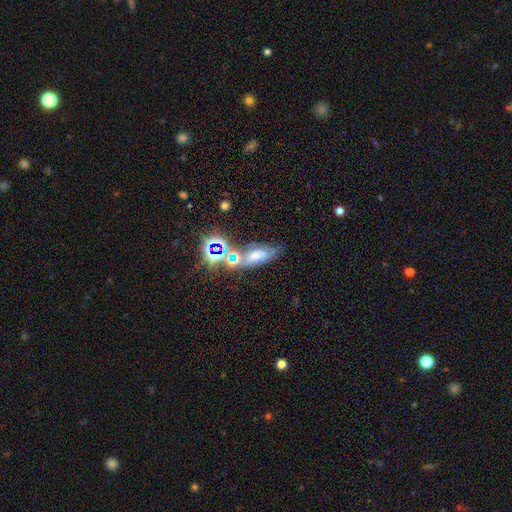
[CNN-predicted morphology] type=smooth (47%); merging=none (49%).